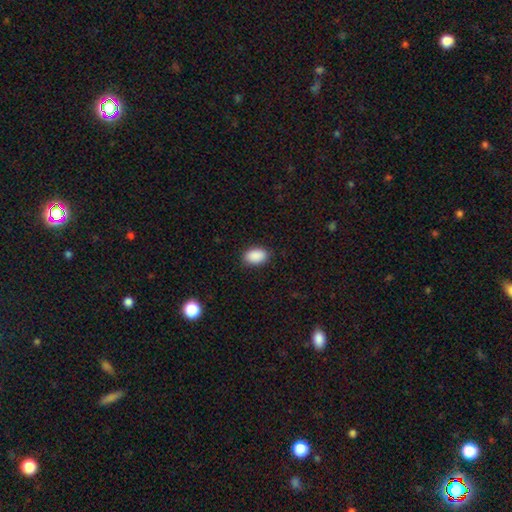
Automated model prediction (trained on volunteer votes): Q: Smooth or featured?
A: smooth (90%); runner-up: star or artifact (7%)
Q: How rounded?
A: in between (89%); runner-up: round (10%)
Q: Merging?
A: none (88%); runner-up: minor disturbance (9%)